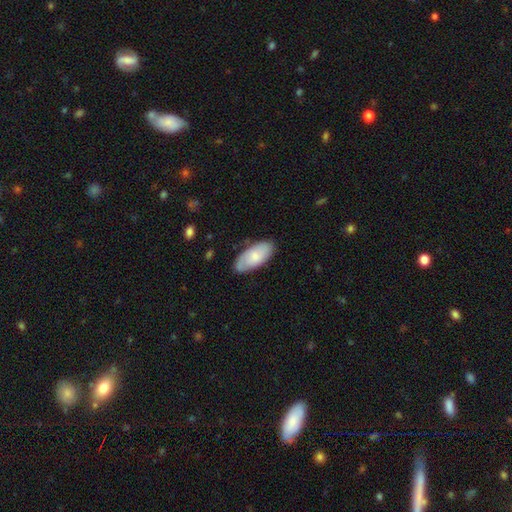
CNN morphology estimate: Smooth or featured? Predicted: smooth (p=0.66). How rounded? Predicted: in between (p=0.91). Merging? Predicted: none (p=0.74).